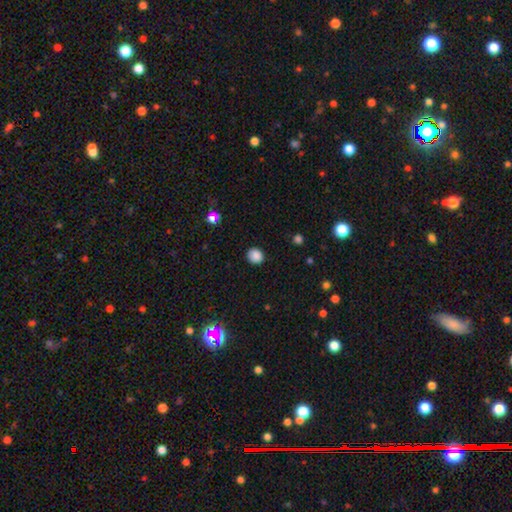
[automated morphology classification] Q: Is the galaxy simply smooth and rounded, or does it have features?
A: smooth — 86%.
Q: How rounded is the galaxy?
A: round — 80%.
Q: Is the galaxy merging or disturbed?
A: none — 88%.